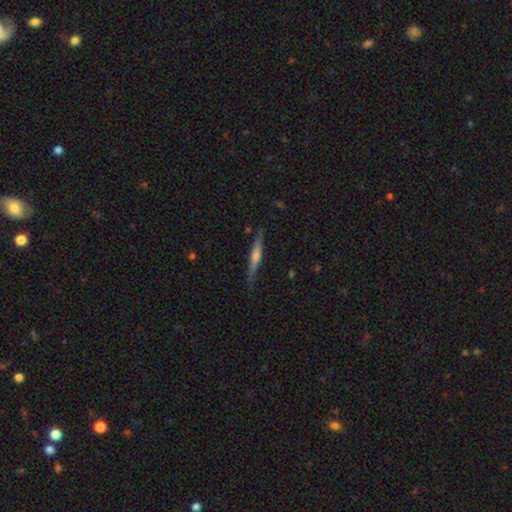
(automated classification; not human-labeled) Overall: featured or disk (68%). Edge-on disk: yes (97%). Edge-on bulge: rounded (75%). Merging: none (85%).